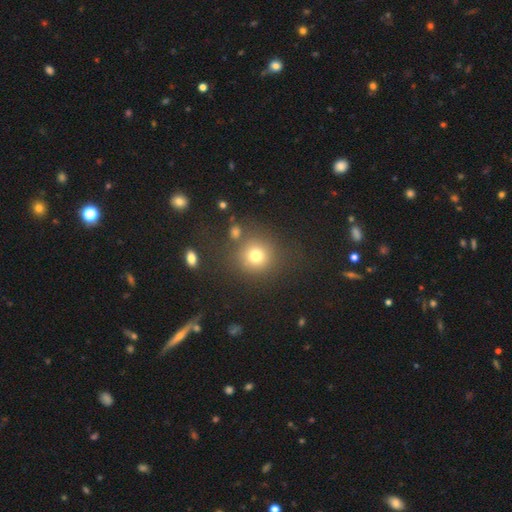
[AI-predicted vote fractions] The model was most divided on "smooth or featured": smooth: 75%, star or artifact: 16%, featured or disk: 9%. More confident: how rounded — round (91%); merging — none (77%).